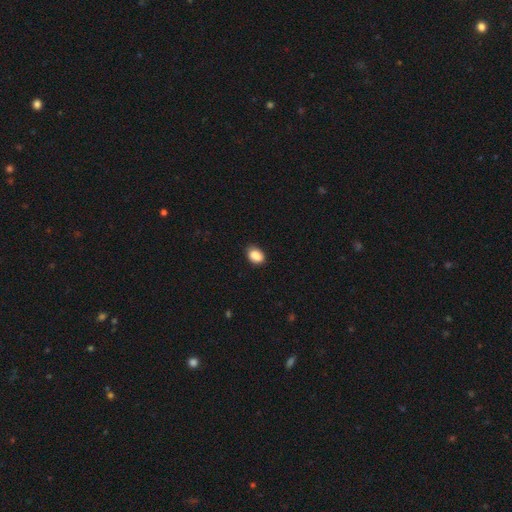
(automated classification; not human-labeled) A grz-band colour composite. It shows a smooth galaxy with no disk features (89%) that is in between round and cigar-shaped (79%). Merging: none (82%).